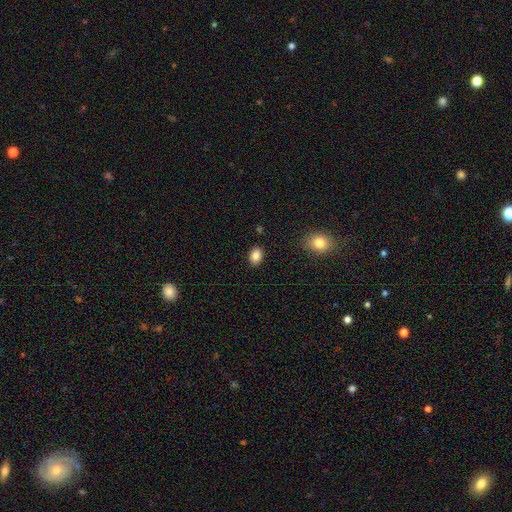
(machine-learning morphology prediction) The model was most divided on "how rounded": in between: 74%, round: 25%, cigar-shaped: 1%. More confident: merging — none (89%); smooth or featured — smooth (86%).